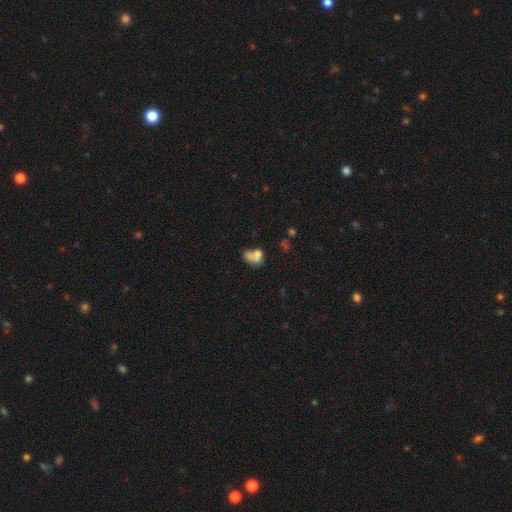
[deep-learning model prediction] Smooth or featured? Predicted: smooth (p=0.66). How rounded? Predicted: in between (p=0.66). Merging? Predicted: merger (p=0.48).